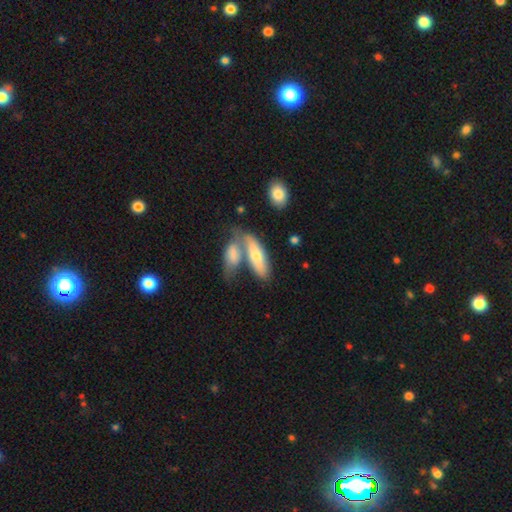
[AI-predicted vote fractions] smooth 57%, featured or disk 36%, star or artifact 7%. Down the decision tree: how rounded — in between (52%); merging — merger (46%).